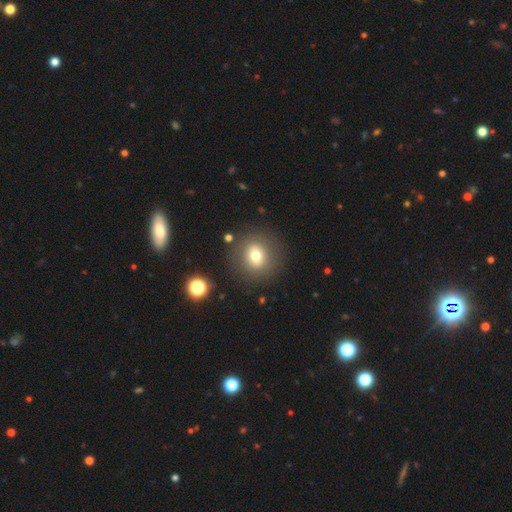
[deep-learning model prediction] smooth 69%, featured or disk 19%, star or artifact 12%. Down the decision tree: how rounded — round (83%); merging — none (85%).